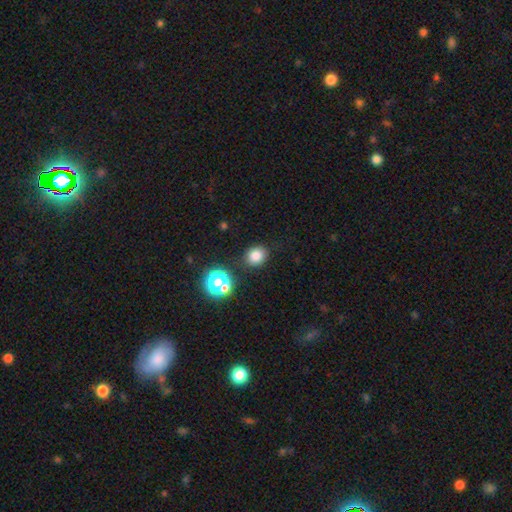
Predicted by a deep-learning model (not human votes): A smooth galaxy with no disk features (79%) that is round (74%).

Vote fractions:
- Smooth or featured? smooth: 79% / star or artifact: 15% / featured or disk: 6%
- How rounded? round: 74% / in between: 25% / cigar-shaped: 1%
- Merging? none: 83% / minor disturbance: 10% / merger: 4% / major disturbance: 3%